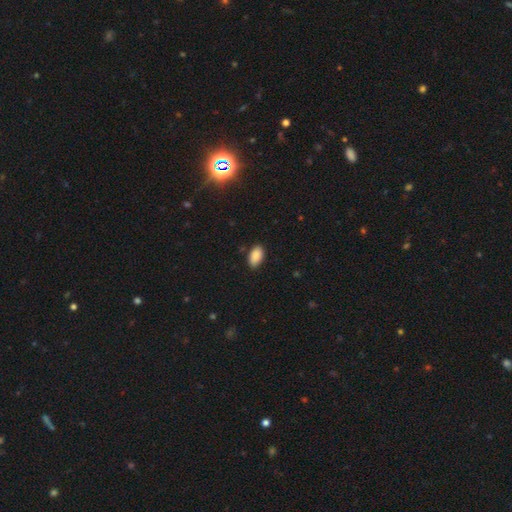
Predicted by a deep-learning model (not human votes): Q: Smooth or featured?
A: smooth (89%); runner-up: star or artifact (7%)
Q: How rounded?
A: in between (94%); runner-up: round (4%)
Q: Merging?
A: none (85%); runner-up: minor disturbance (12%)